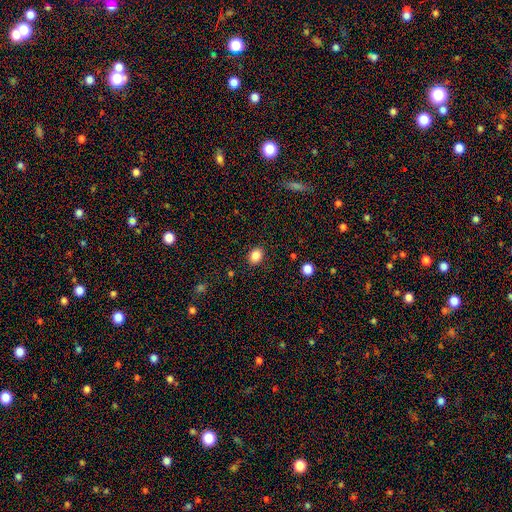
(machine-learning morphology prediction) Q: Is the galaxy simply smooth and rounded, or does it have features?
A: smooth — 86%.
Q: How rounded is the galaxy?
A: round — 54%.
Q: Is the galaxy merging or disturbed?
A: none — 89%.